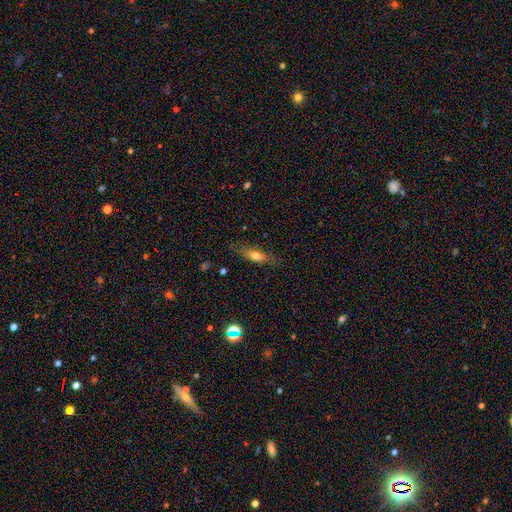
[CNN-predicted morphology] Smooth or featured?
  - smooth: 64% *
  - featured or disk: 28%
  - star or artifact: 8%
How rounded?
  - in between: 50% *
  - cigar-shaped: 46%
  - round: 3%
Merging?
  - none: 76% *
  - minor disturbance: 17%
  - major disturbance: 5%
  - merger: 2%